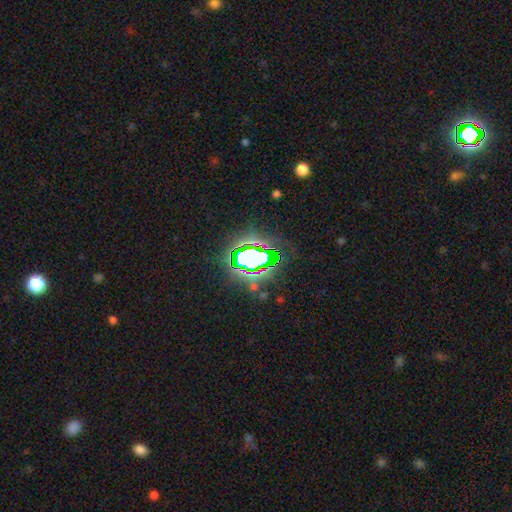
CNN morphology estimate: Smooth or featured? Predicted: star or artifact (p=0.75).